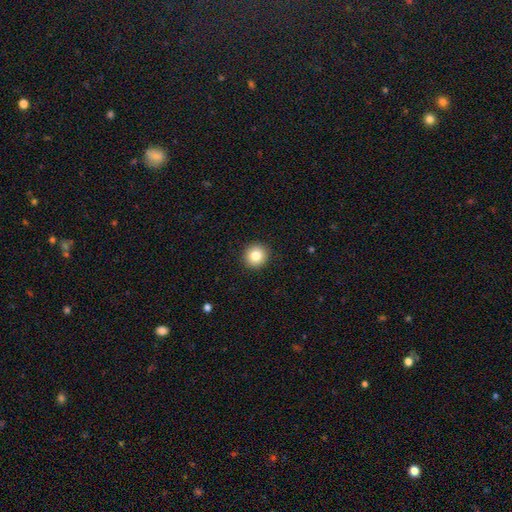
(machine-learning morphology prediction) This is clearly a smooth galaxy (82%). How rounded: clearly round (95%). Merging: clearly none (93%).